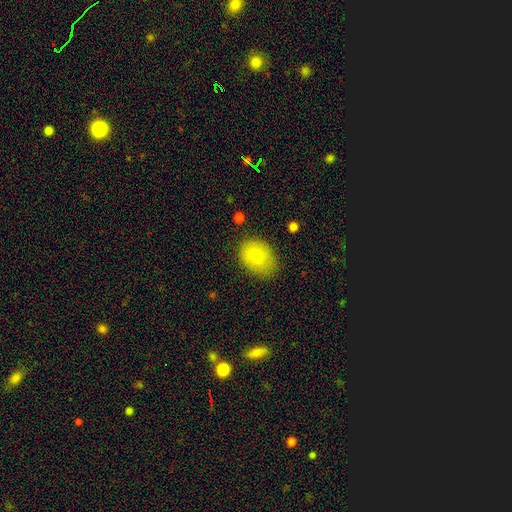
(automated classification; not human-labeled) A smooth galaxy with no disk features (80%) that is in between round and cigar-shaped (69%). Merging: none (74%).